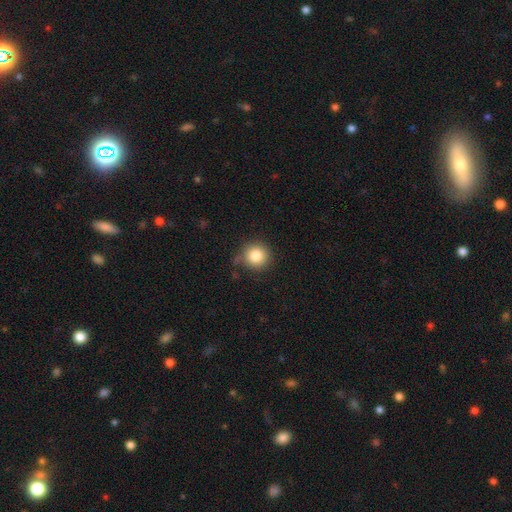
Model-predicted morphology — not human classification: A smooth galaxy with no disk features (84%) that is round (94%). Merging: none (77%).